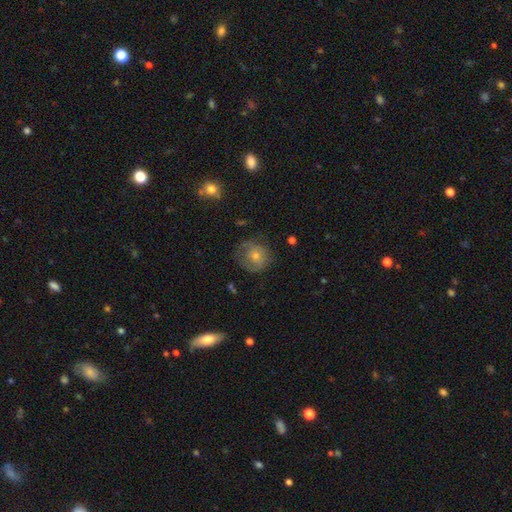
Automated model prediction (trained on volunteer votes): featured or disk 44%, smooth 43%, star or artifact 13%. Down the decision tree: merging — none (66%).